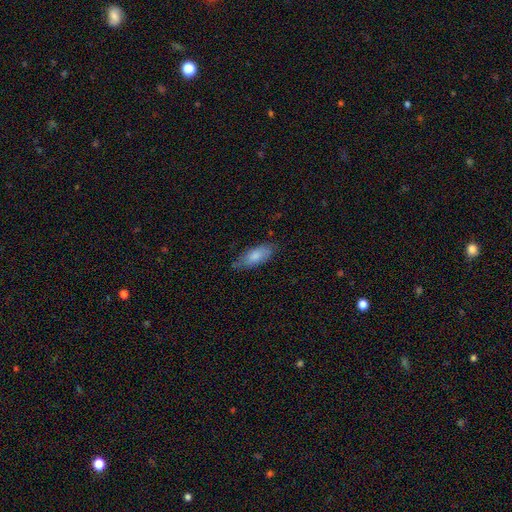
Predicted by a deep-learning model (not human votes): smooth-or-featured: smooth: 76% | featured or disk: 18% | star or artifact: 6%
  how-rounded: in between: 80% | cigar-shaped: 18% | round: 2%
  merging: none: 68% | minor disturbance: 25% | major disturbance: 5% | merger: 2%